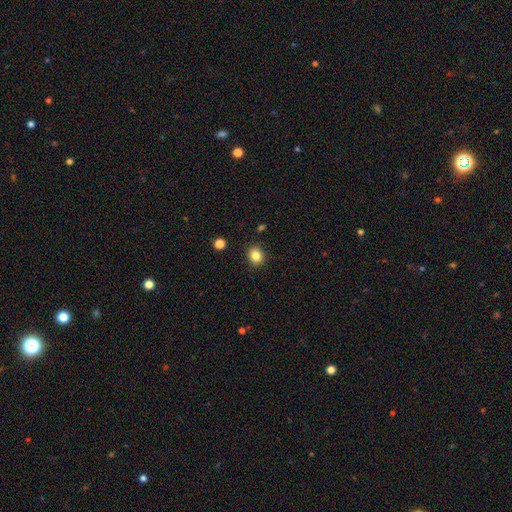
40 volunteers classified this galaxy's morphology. This is clearly a smooth galaxy (80%). How rounded: likely round (66%). Merging: clearly none (81%).